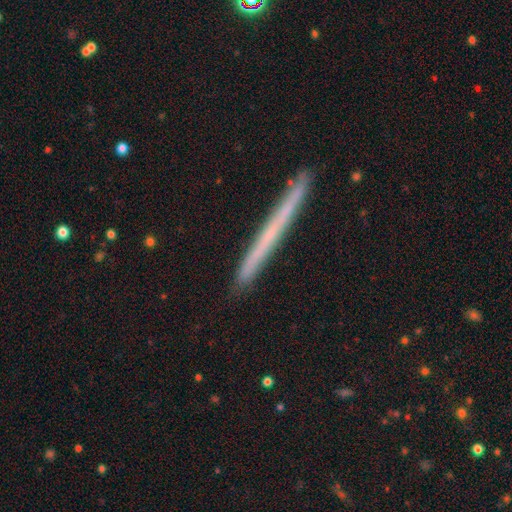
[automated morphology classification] This appears to be a smooth galaxy with no disk features (47%, tied with featured or disk). Merging: none (90%).